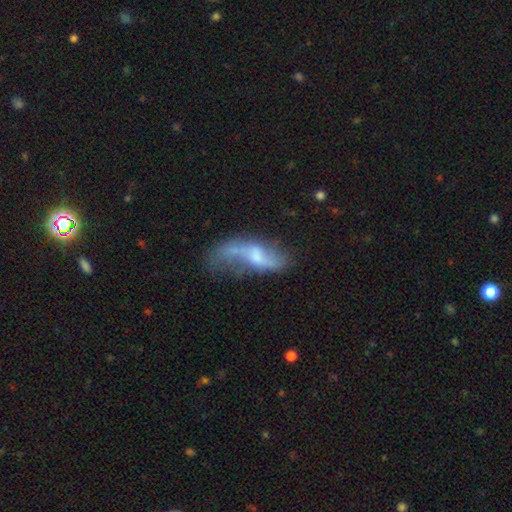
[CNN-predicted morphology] This appears to be a featured or disk galaxy (71%) with no bar (48%), 2 (81%) loose (87%) spiral arms (84%) and a small central bulge (41%). Merging: none (43%).